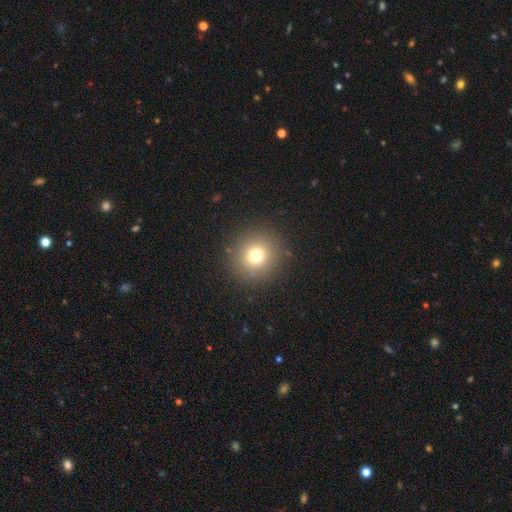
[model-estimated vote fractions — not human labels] smooth 74%, star or artifact 15%, featured or disk 10%. Down the decision tree: how rounded — round (91%); merging — none (89%).